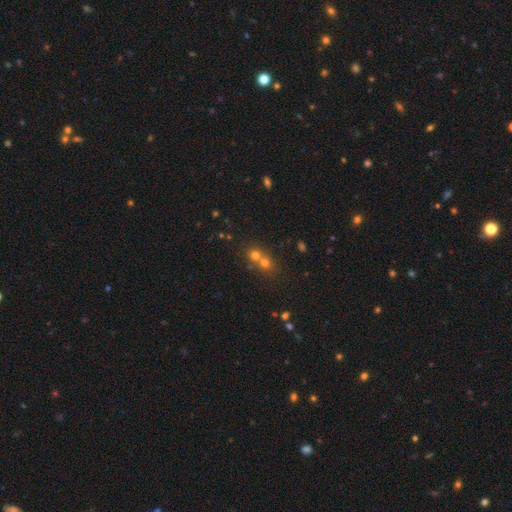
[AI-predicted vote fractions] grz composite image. It shows a smooth galaxy with no disk features (63%) that is round (82%). Merging: merger (55%).